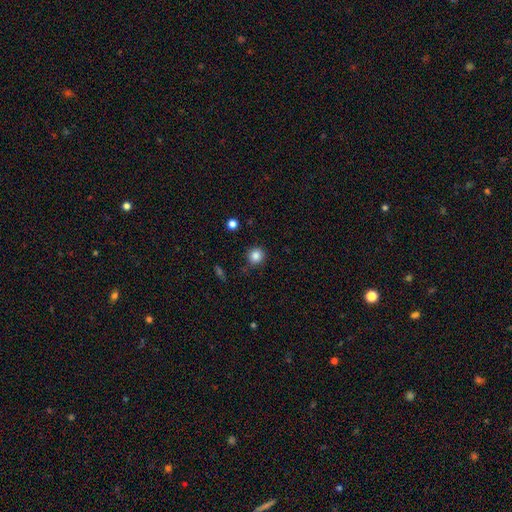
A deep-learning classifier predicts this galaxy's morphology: Smooth or featured? Predicted: smooth (p=0.85). How rounded? Predicted: round (p=0.91). Merging? Predicted: none (p=0.86).